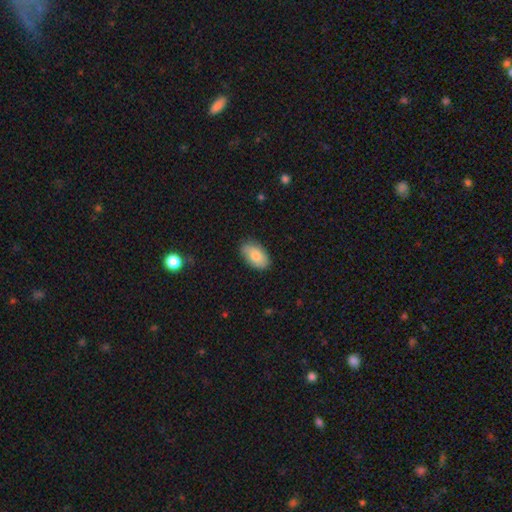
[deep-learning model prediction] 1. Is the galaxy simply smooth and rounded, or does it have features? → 79% smooth, 14% featured or disk, 6% star or artifact.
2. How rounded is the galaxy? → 93% in between, 5% round, 2% cigar-shaped.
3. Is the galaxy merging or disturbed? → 83% none, 13% minor disturbance, 2% major disturbance, 1% merger.